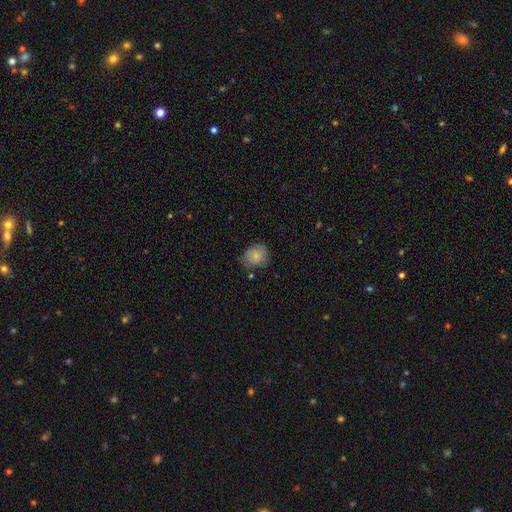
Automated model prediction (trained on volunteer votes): smooth_or_featured: smooth (p=0.80) [alt: featured or disk p=0.12]
how_rounded: round (p=0.70) [alt: in between p=0.29]
merging: none (p=0.69) [alt: minor disturbance p=0.23]